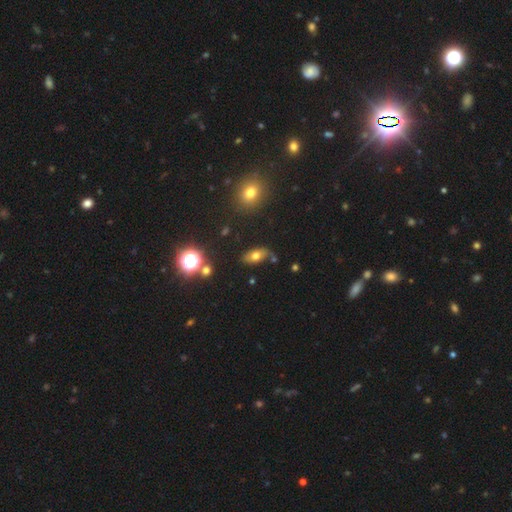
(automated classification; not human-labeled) Q: Smooth or featured?
A: smooth (64%); runner-up: featured or disk (21%)
Q: How rounded?
A: in between (85%); runner-up: round (10%)
Q: Merging?
A: none (65%); runner-up: minor disturbance (20%)